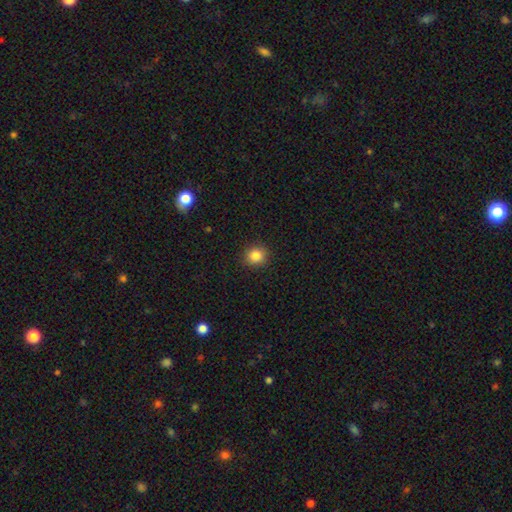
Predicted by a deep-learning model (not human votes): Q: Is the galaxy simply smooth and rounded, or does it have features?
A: smooth — 85%.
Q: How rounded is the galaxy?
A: round — 87%.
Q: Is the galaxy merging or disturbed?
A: none — 91%.